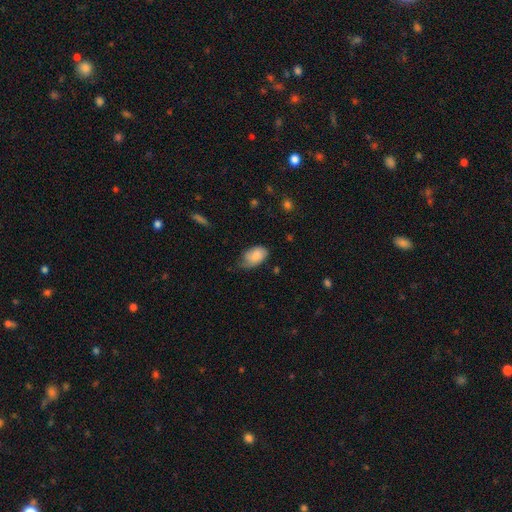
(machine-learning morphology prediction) Smooth or featured? smooth (80%)
How rounded? in between (91%)
Merging? none (46%)